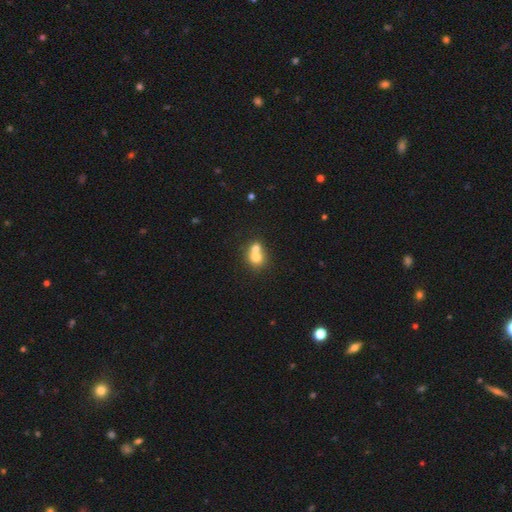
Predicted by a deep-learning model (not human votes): smooth_or_featured: smooth (p=0.71) [alt: featured or disk p=0.18]
how_rounded: round (p=0.77) [alt: in between p=0.22]
merging: merger (p=0.63) [alt: none p=0.29]